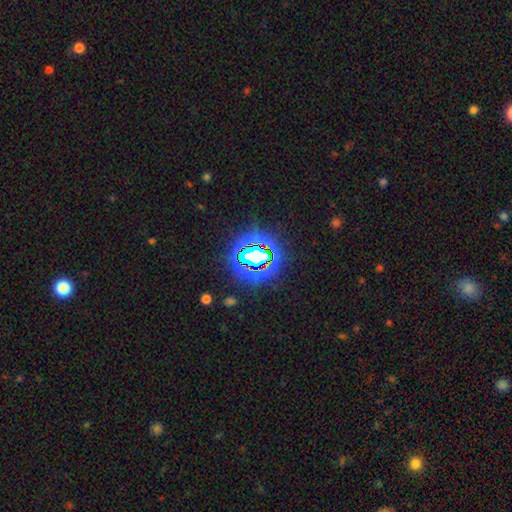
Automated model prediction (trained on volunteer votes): Smooth or featured?
  - star or artifact: 74% *
  - smooth: 15%
  - featured or disk: 11%